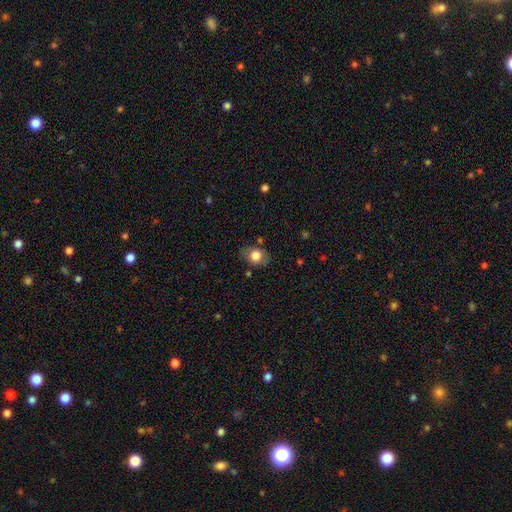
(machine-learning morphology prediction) This is likely a smooth galaxy (77%). How rounded: possibly in between (59%). Merging: likely none (75%).